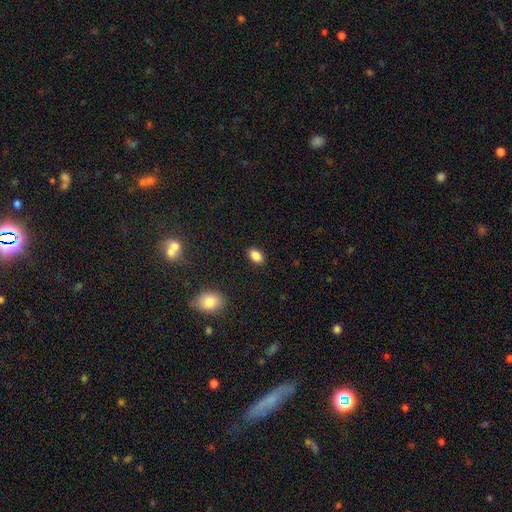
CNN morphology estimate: This is clearly a smooth galaxy (85%). How rounded: clearly in between (87%). Merging: clearly none (88%).